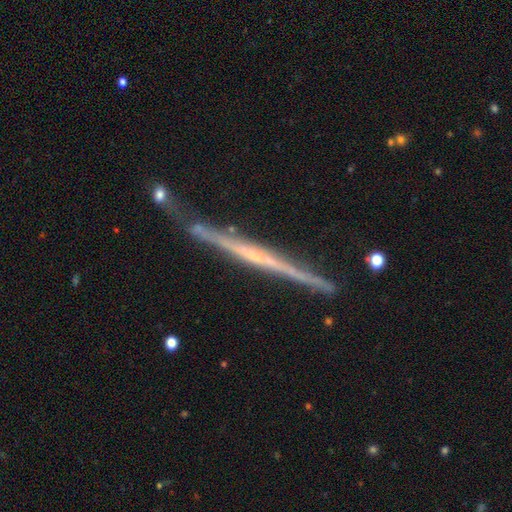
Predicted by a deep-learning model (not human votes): Smooth or featured?
  - featured or disk: 80% *
  - smooth: 14%
  - star or artifact: 6%
Edge-on disk?
  - yes: 98% *
  - no: 2%
Edge-on bulge?
  - none: 64% *
  - rounded: 27%
  - boxy: 9%
Merging?
  - none: 79% *
  - minor disturbance: 13%
  - merger: 5%
  - major disturbance: 3%